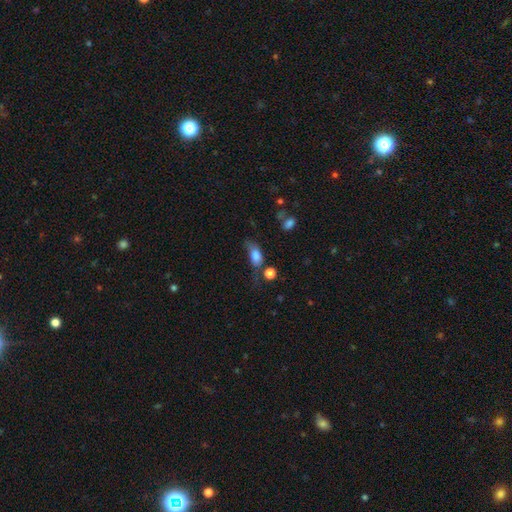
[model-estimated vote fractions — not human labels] Smooth or featured? smooth (77%)
How rounded? in between (84%)
Merging? none (31%, tied with major disturbance)